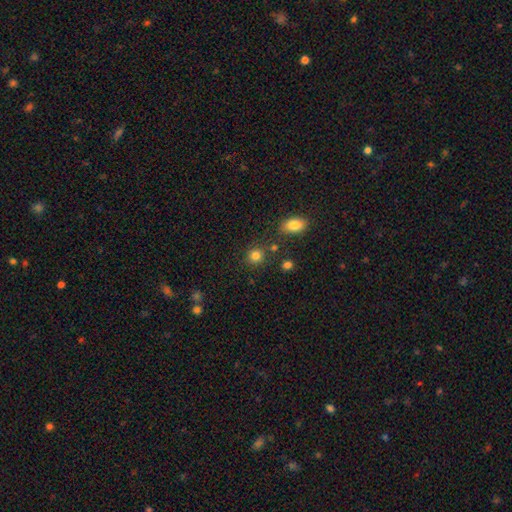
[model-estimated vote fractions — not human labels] Q: Smooth or featured?
A: smooth (82%); runner-up: star or artifact (12%)
Q: How rounded?
A: round (86%); runner-up: in between (13%)
Q: Merging?
A: none (80%); runner-up: minor disturbance (9%)